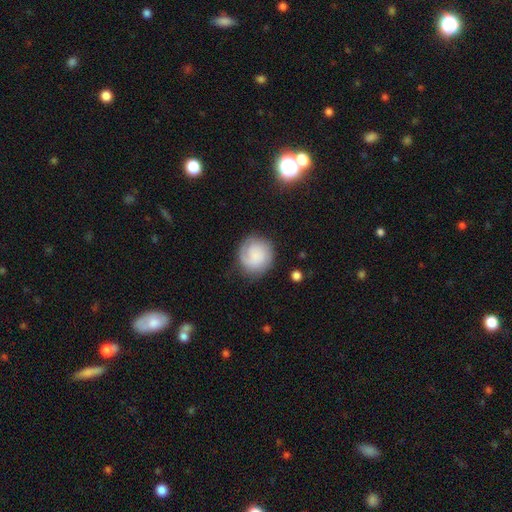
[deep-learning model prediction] smooth 56%, featured or disk 37%, star or artifact 8%. Down the decision tree: how rounded — round (86%); merging — none (72%).